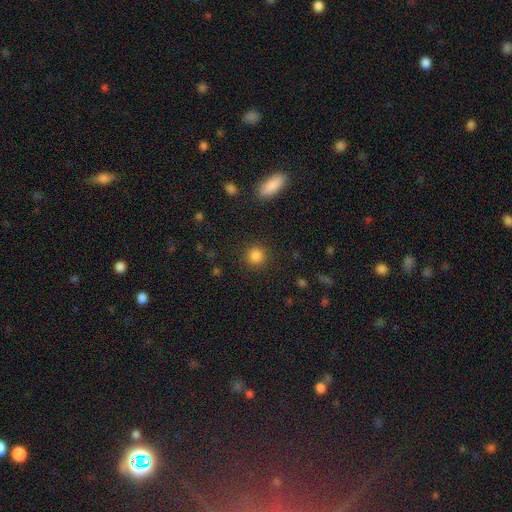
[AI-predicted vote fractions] smooth_or_featured: smooth (p=0.85) [alt: star or artifact p=0.11]
how_rounded: round (p=0.92) [alt: in between p=0.07]
merging: none (p=0.90) [alt: minor disturbance p=0.06]